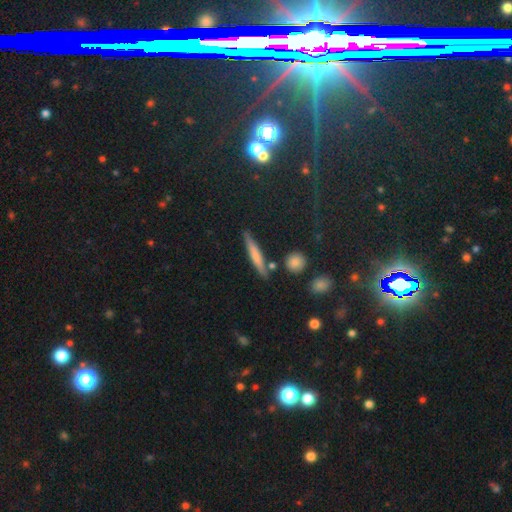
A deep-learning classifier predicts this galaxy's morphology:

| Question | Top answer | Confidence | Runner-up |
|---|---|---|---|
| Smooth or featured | smooth | 59% | featured or disk (33%) |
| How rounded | cigar-shaped | 91% | in between (7%) |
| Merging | none | 82% | minor disturbance (10%) |